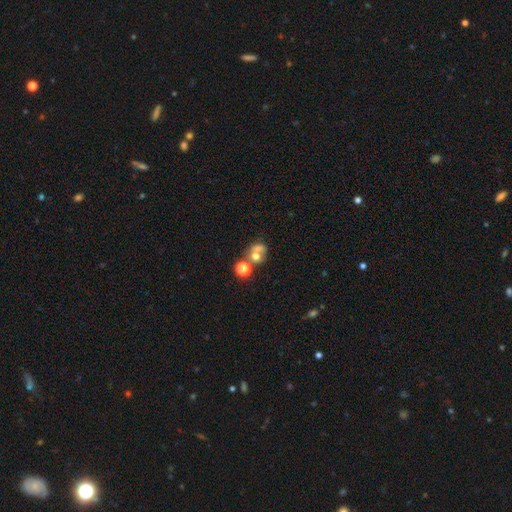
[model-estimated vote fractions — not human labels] Overall: smooth (60%; featured or disk 23%). How rounded: round (65%; in between 34%). Merging: merger (47%; none 33%).